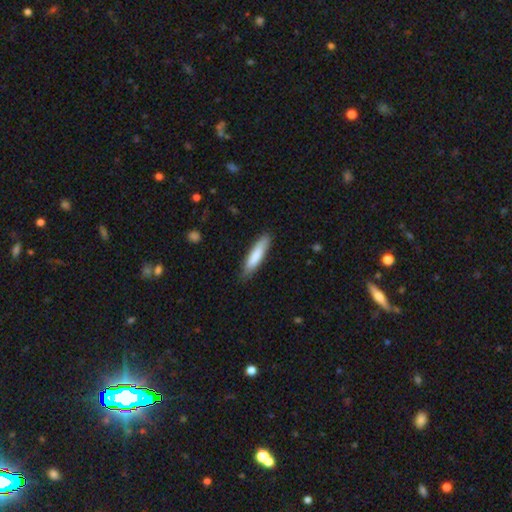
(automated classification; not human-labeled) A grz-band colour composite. It shows a smooth galaxy with no disk features (78%) that is cigar-shaped (79%). Merging: none (84%).